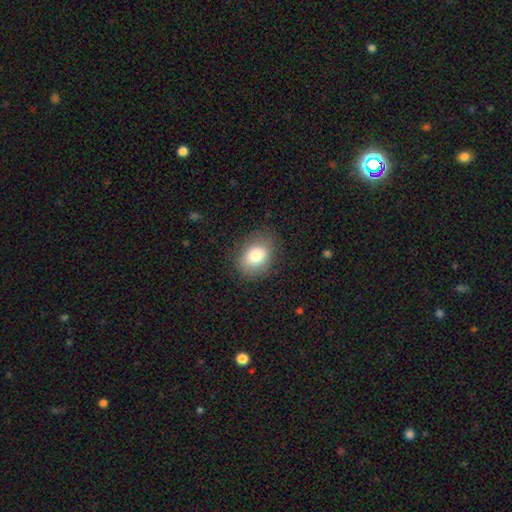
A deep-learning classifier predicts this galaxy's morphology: smooth-or-featured: smooth: 80% | featured or disk: 11% | star or artifact: 9%
  how-rounded: in between: 58% | round: 41% | cigar-shaped: 1%
  merging: none: 82% | minor disturbance: 13% | major disturbance: 4% | merger: 1%